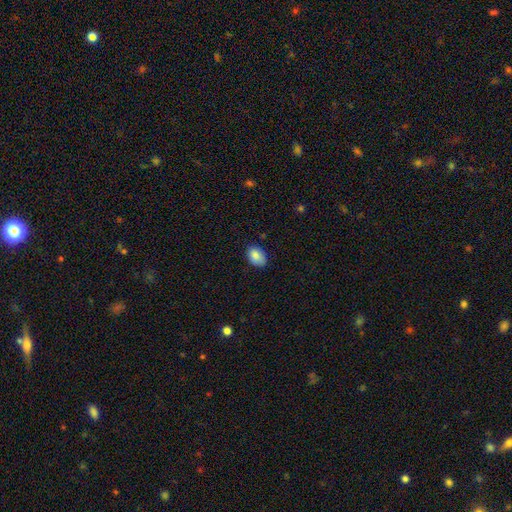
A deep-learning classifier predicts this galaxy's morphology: This appears to be a smooth galaxy with no disk features (87%) that is in between round and cigar-shaped (83%). Merging: none (76%).